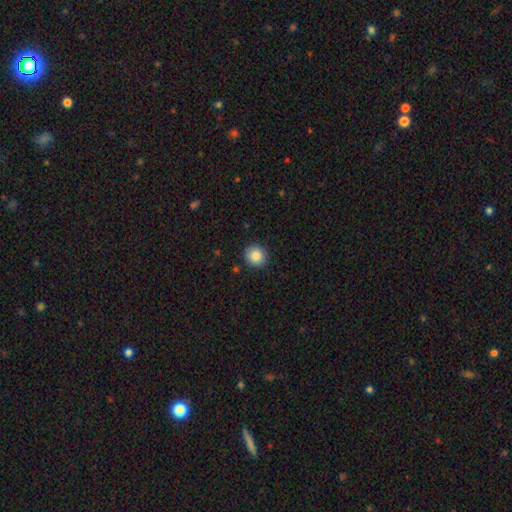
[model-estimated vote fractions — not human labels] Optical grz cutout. It shows a smooth galaxy with no disk features (86%) that is round (91%). Merging: none (91%).